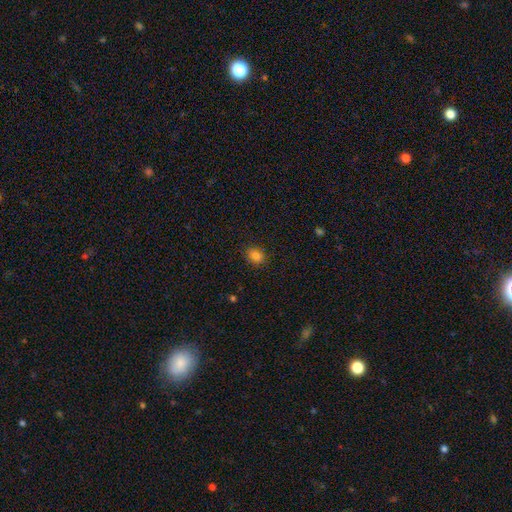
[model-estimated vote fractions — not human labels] Morphology: type=smooth (84%); roundness=in between (59%); merging=none (87%).